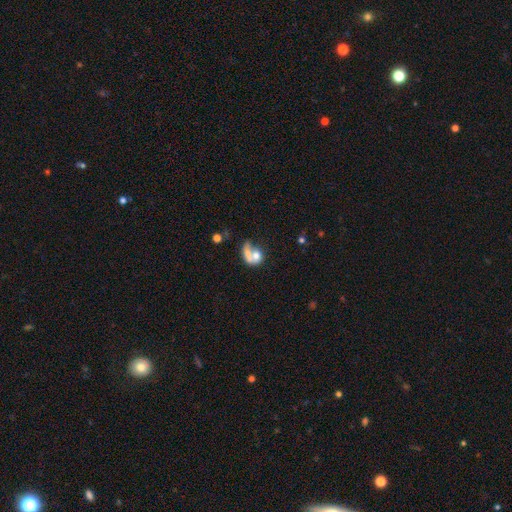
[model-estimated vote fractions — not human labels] The model was most divided on "how rounded": in between: 56%, round: 41%, cigar-shaped: 3%. More confident: merging — merger (60%); smooth or featured — smooth (56%).